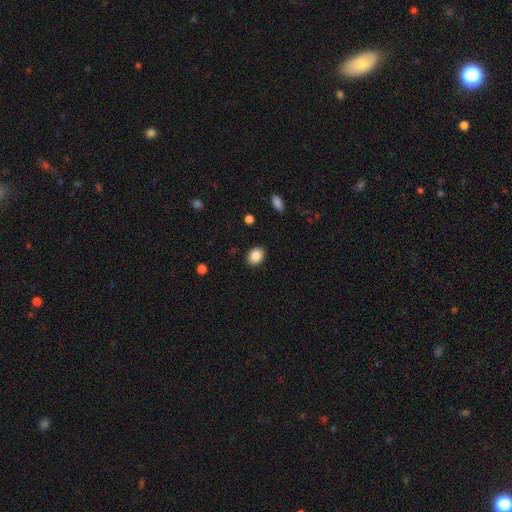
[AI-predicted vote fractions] A smooth galaxy with no disk features (87%) that is in between round and cigar-shaped (60%).

Vote fractions:
- Smooth or featured? smooth: 87% / star or artifact: 8% / featured or disk: 5%
- How rounded? in between: 60% / round: 39% / cigar-shaped: 1%
- Merging? none: 89% / minor disturbance: 8% / major disturbance: 2% / merger: 1%